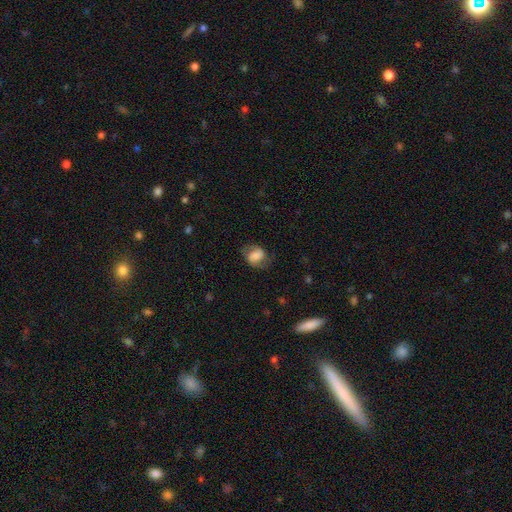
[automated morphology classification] smooth 59%, featured or disk 32%, star or artifact 9%. Down the decision tree: how rounded — in between (65%); merging — none (62%).